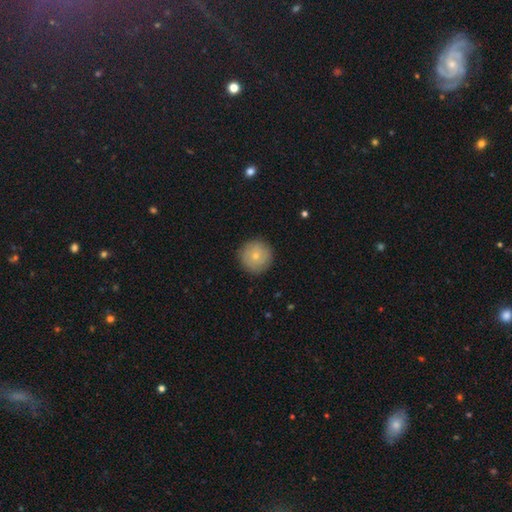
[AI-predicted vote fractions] This appears to be a smooth galaxy with no disk features (71%) that is round (96%). Merging: none (89%).